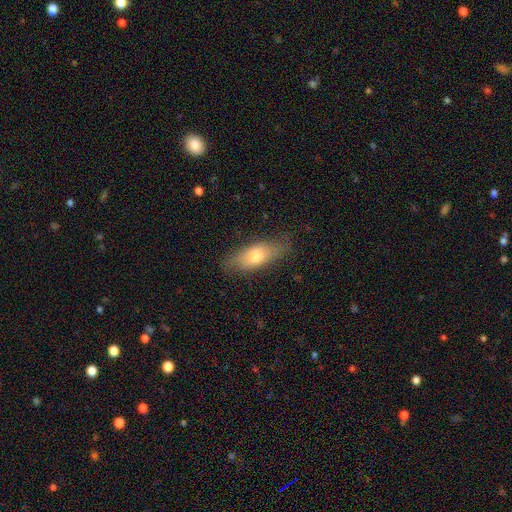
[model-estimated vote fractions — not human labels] Smooth or featured? Predicted: smooth (p=0.68). How rounded? Predicted: in between (p=0.70). Merging? Predicted: none (p=0.79).